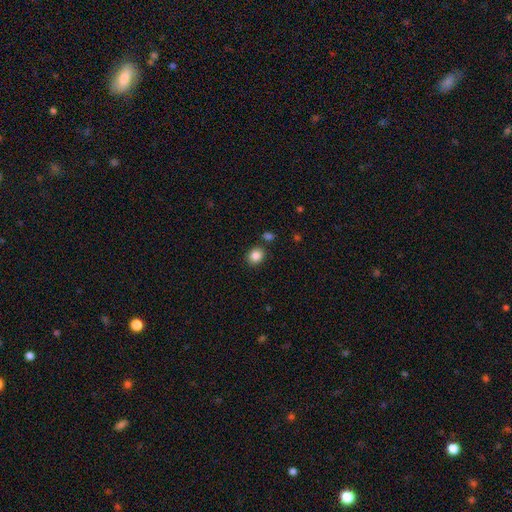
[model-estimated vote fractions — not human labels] Morphology: type=smooth (86%); roundness=round (70%); merging=none (83%).